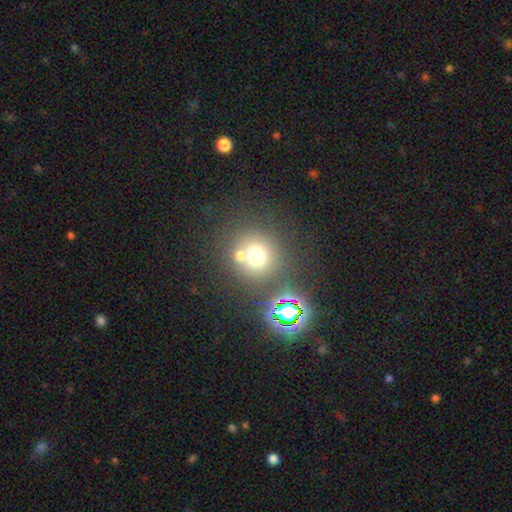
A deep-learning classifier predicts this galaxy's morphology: Smooth or featured? Predicted: smooth (p=0.66). How rounded? Predicted: round (p=0.92). Merging? Predicted: none (p=0.67).